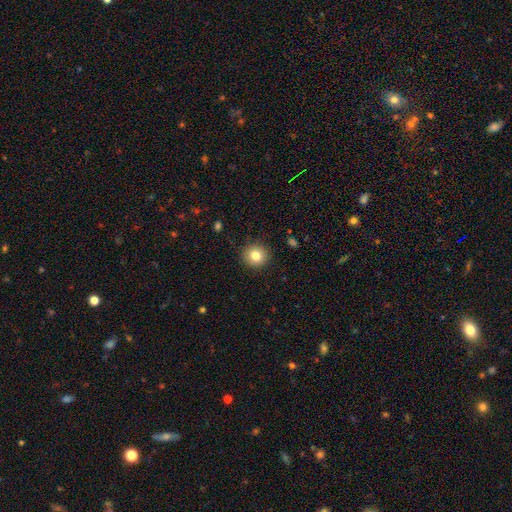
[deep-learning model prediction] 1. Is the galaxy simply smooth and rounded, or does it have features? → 82% smooth, 10% star or artifact, 8% featured or disk.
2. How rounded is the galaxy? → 92% round, 7% in between, 1% cigar-shaped.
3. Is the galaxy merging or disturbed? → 91% none, 6% minor disturbance, 2% major disturbance, 1% merger.